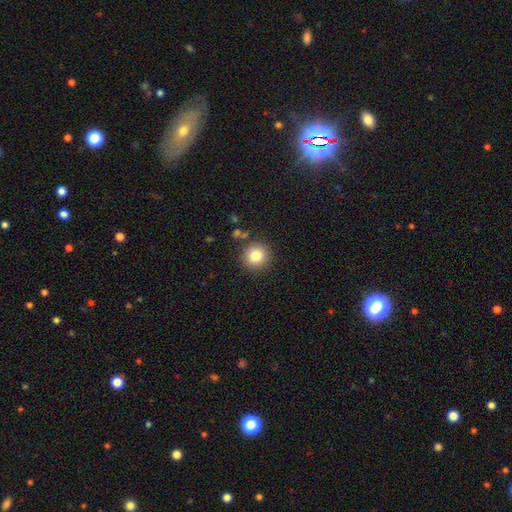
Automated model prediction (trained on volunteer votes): Smooth or featured: smooth — 83% (star or artifact — 11%)
How rounded: round — 93% (in between — 6%)
Merging: none — 86% (minor disturbance — 8%)